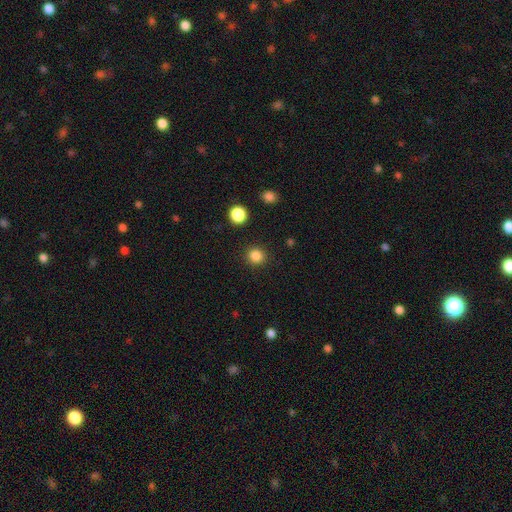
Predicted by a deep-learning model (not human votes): smooth 85%, star or artifact 12%, featured or disk 3%. Down the decision tree: how rounded — round (93%); merging — none (91%).